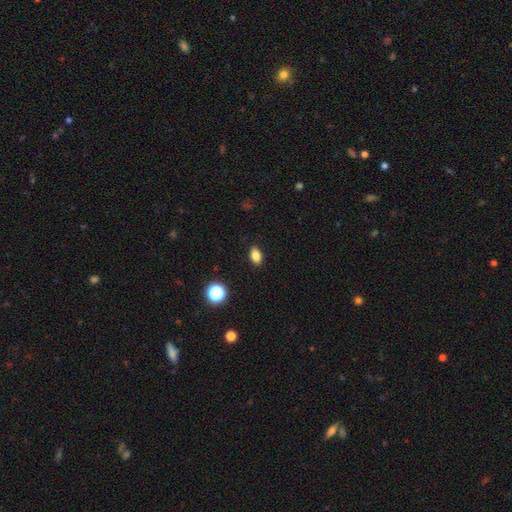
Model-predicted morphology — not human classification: A smooth galaxy with no disk features (83%) that is in between round and cigar-shaped (85%). Merging: none (89%).